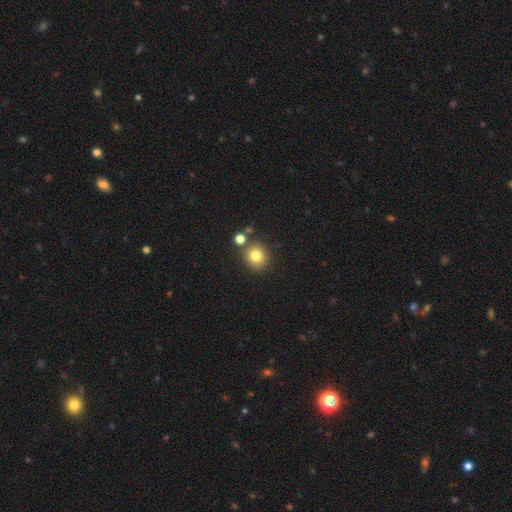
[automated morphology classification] Q: Smooth or featured?
A: smooth (79%); runner-up: star or artifact (12%)
Q: How rounded?
A: round (86%); runner-up: in between (13%)
Q: Merging?
A: none (77%); runner-up: merger (12%)